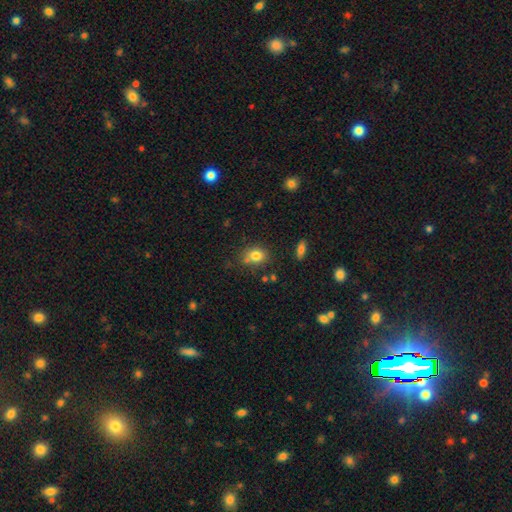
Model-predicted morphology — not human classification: A smooth galaxy with no disk features (79%) that is round (52%).

Vote fractions:
- Smooth or featured? smooth: 79% / star or artifact: 11% / featured or disk: 9%
- How rounded? round: 52% / in between: 47% / cigar-shaped: 1%
- Merging? none: 69% / minor disturbance: 16% / merger: 10% / major disturbance: 4%